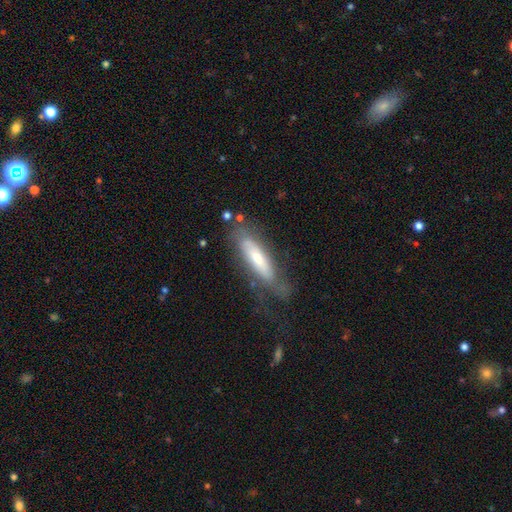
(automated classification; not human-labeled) smooth-or-featured: featured or disk: 50% | smooth: 43% | star or artifact: 7%
  disk-edge-on: no: 57% | yes: 43%
  merging: none: 54% | minor disturbance: 24% | major disturbance: 19% | merger: 3%